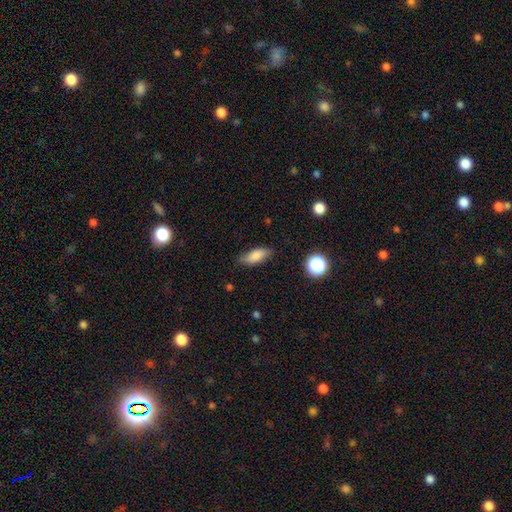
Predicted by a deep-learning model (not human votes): Overall: smooth (80%). How rounded: in between (77%). Merging: none (77%).